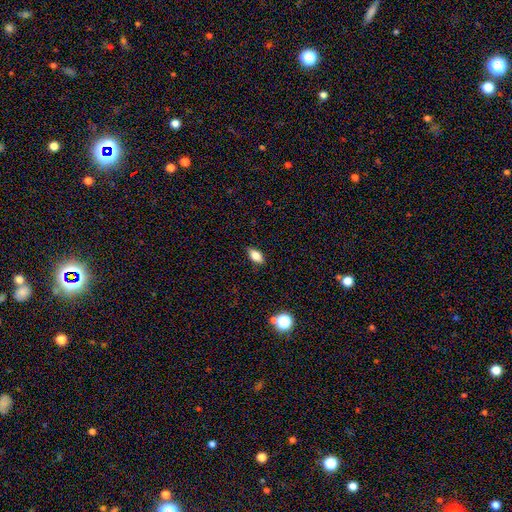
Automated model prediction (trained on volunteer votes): This is likely a smooth galaxy (80%). How rounded: clearly in between (87%). Merging: clearly none (85%).